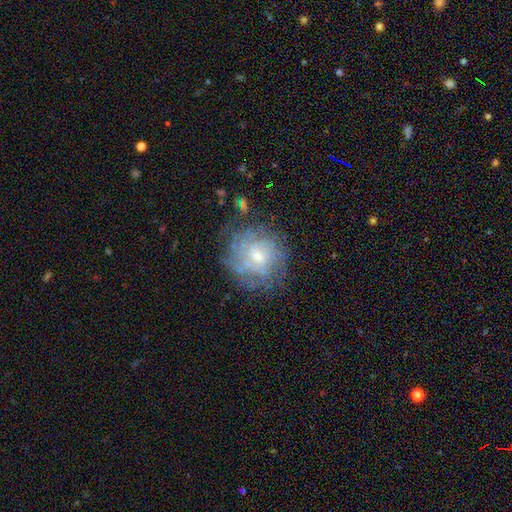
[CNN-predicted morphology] This appears to be a featured or disk galaxy (52%) with no bar (69%), spiral arms (79%) and a small central bulge (46%, tied with moderate). Merging: none (78%).